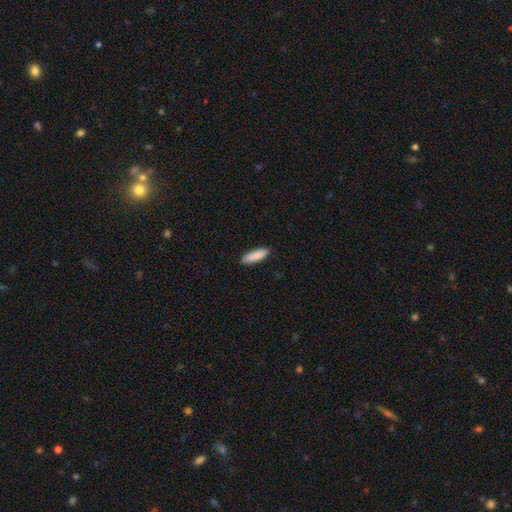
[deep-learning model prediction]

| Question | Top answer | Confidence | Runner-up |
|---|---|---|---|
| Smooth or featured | smooth | 89% | star or artifact (5%) |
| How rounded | cigar-shaped | 58% | in between (41%) |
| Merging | none | 89% | minor disturbance (8%) |